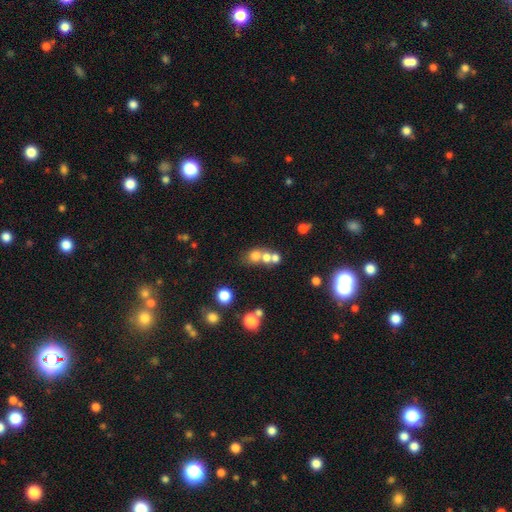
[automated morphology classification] This is likely a smooth galaxy (65%). How rounded: likely round (69%). Merging: possibly merger (50%).